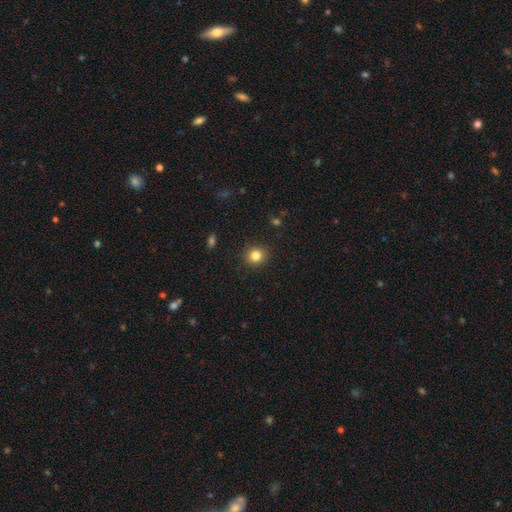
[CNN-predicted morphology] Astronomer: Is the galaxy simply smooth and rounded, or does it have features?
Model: smooth — 83%.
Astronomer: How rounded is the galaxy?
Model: round — 87%.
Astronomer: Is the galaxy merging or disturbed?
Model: none — 90%.